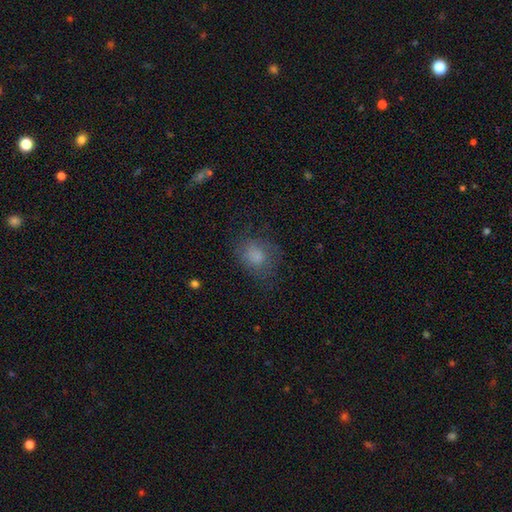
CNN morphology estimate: Smooth or featured? smooth (74%)
How rounded? round (56%)
Merging? none (61%)